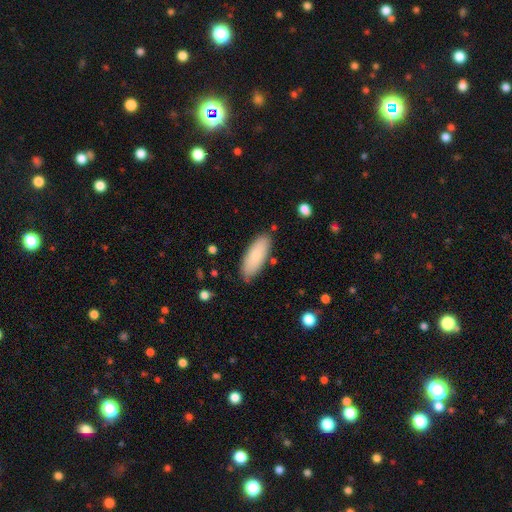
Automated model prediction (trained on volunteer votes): Smooth or featured? Predicted: smooth (p=0.82). How rounded? Predicted: in between (p=0.75). Merging? Predicted: none (p=0.83).